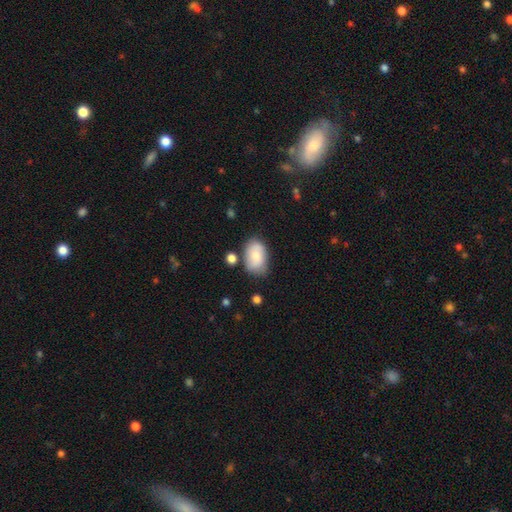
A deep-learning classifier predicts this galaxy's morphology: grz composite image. It shows a smooth galaxy with no disk features (78%) that is in between round and cigar-shaped (89%). Merging: none (64%).